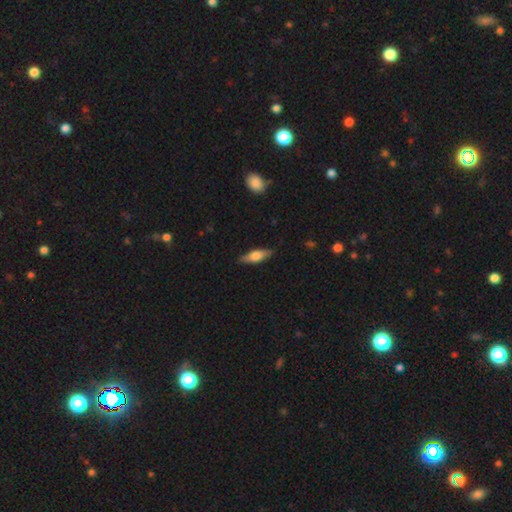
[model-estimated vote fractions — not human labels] smooth_or_featured: smooth (p=0.53) [alt: featured or disk p=0.41]
how_rounded: in between (p=0.54) [alt: cigar-shaped p=0.43]
merging: none (p=0.85) [alt: minor disturbance p=0.11]